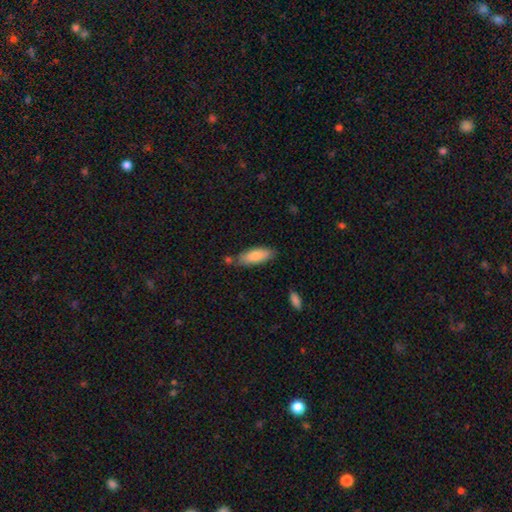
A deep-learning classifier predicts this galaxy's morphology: Smooth or featured? smooth (81%)
How rounded? in between (68%)
Merging? none (73%)